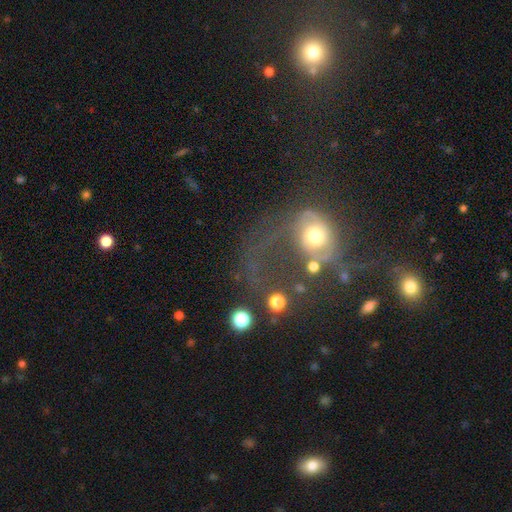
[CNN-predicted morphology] Smooth or featured?
  - featured or disk: 41% *
  - smooth: 39%
  - star or artifact: 20%
Merging?
  - major disturbance: 51% *
  - merger: 19%
  - none: 19%
  - minor disturbance: 10%